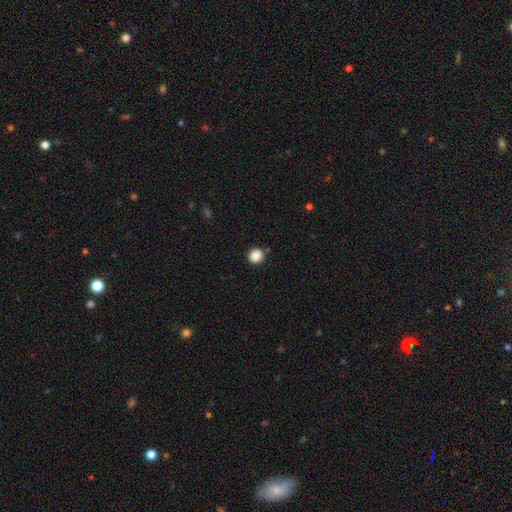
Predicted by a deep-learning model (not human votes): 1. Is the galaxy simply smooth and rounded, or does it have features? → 87% smooth, 10% star or artifact, 3% featured or disk.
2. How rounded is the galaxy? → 88% round, 11% in between, 1% cigar-shaped.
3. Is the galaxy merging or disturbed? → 88% none, 7% minor disturbance, 3% merger, 2% major disturbance.